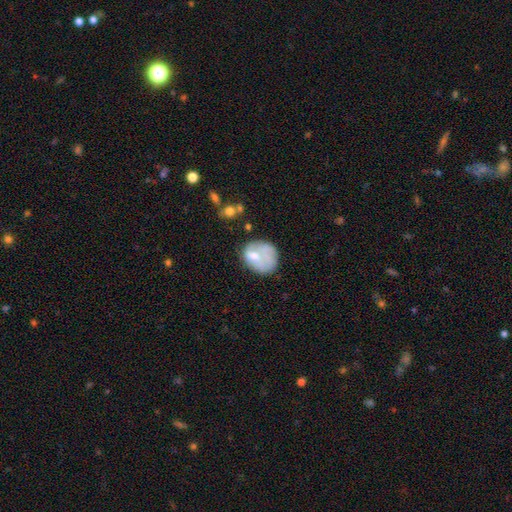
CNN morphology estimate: smooth-or-featured: smooth: 61% | featured or disk: 31% | star or artifact: 9%
  how-rounded: round: 53% | in between: 46% | cigar-shaped: 1%
  merging: none: 43% | minor disturbance: 29% | major disturbance: 21% | merger: 7%